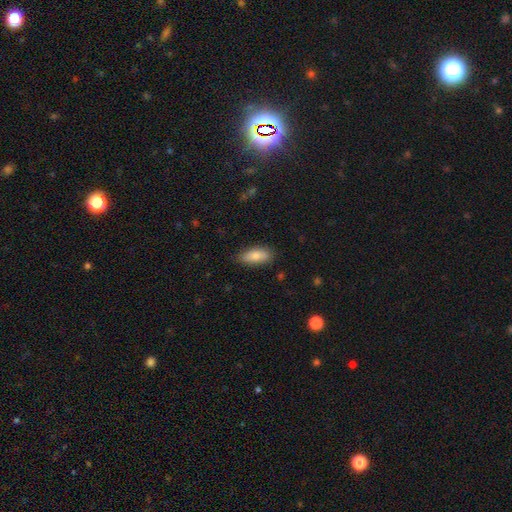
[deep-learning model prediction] Q: Smooth or featured?
A: smooth (83%); runner-up: featured or disk (11%)
Q: How rounded?
A: in between (80%); runner-up: cigar-shaped (18%)
Q: Merging?
A: none (81%); runner-up: minor disturbance (15%)